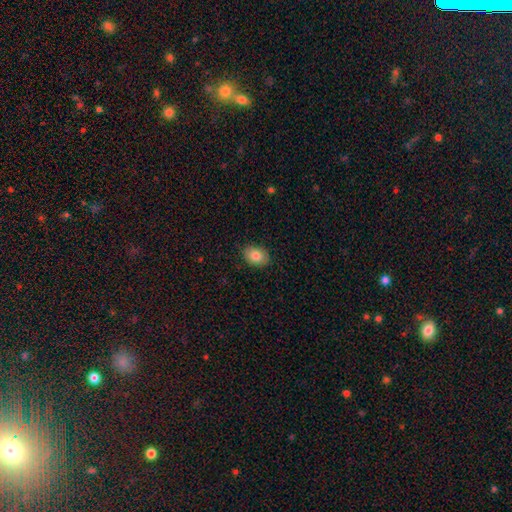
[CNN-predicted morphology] Smooth or featured: smooth — 84% (featured or disk — 9%)
How rounded: in between — 73% (round — 26%)
Merging: none — 88% (minor disturbance — 9%)